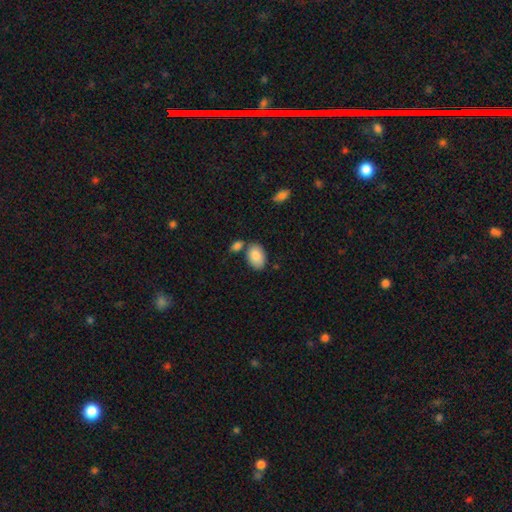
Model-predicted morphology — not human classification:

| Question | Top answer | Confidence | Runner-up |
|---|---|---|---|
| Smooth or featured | smooth | 85% | featured or disk (9%) |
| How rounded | in between | 89% | round (10%) |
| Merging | none | 68% | merger (15%) |